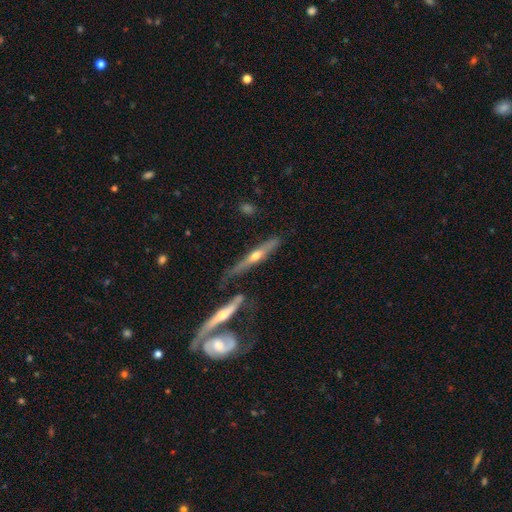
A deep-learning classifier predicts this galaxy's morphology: This is likely a featured or disk galaxy (66%). It is clearly viewed edge-on (93%). Edge-on bulge: clearly rounded (86%). Merging: likely none (63%).